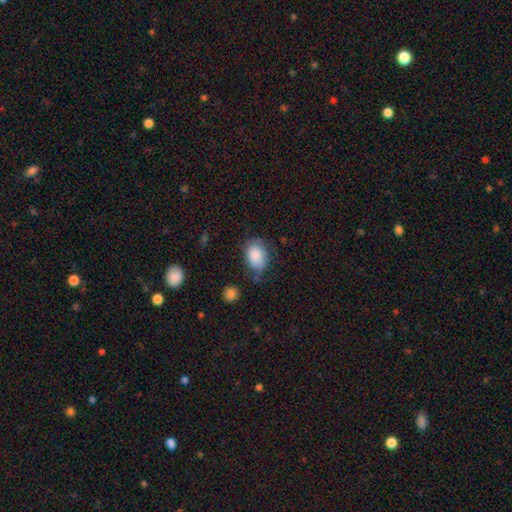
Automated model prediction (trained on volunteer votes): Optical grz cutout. It shows a smooth galaxy with no disk features (86%) that is in between round and cigar-shaped (79%). Merging: none (58%).